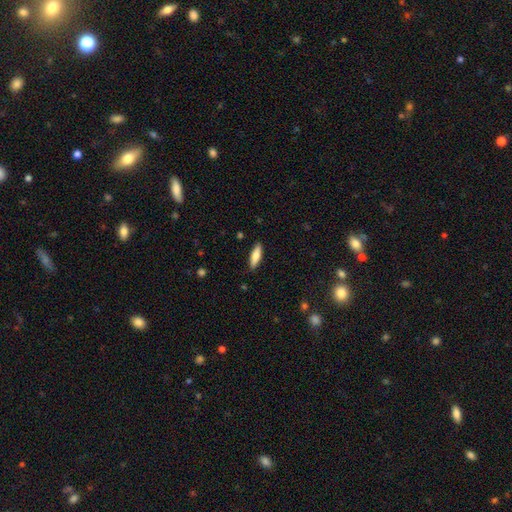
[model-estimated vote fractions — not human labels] smooth 78%, featured or disk 16%, star or artifact 6%. Down the decision tree: how rounded — cigar-shaped (57%); merging — none (88%).